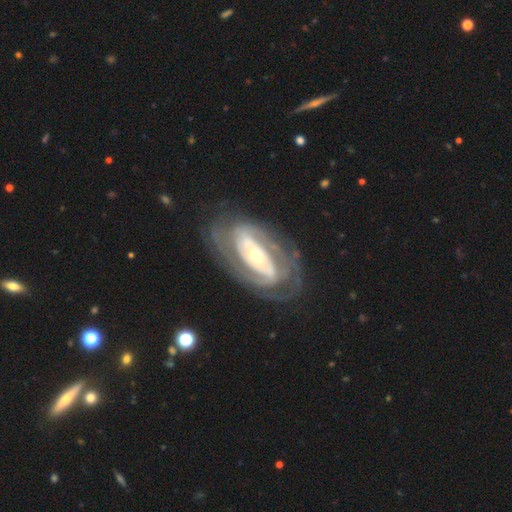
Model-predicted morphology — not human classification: Smooth or featured: featured or disk — 86% (smooth — 9%)
Edge-on disk: no — 94% (yes — 6%)
Bar: no — 46% (strong — 30%)
Spiral arms: yes — 89% (no — 11%)
Spiral winding: tight — 67% (medium — 25%)
Spiral arm count: 2 — 45% (can't tell — 29%)
Bulge size: moderate — 47% (small — 45%)
Merging: none — 74% (minor disturbance — 15%)